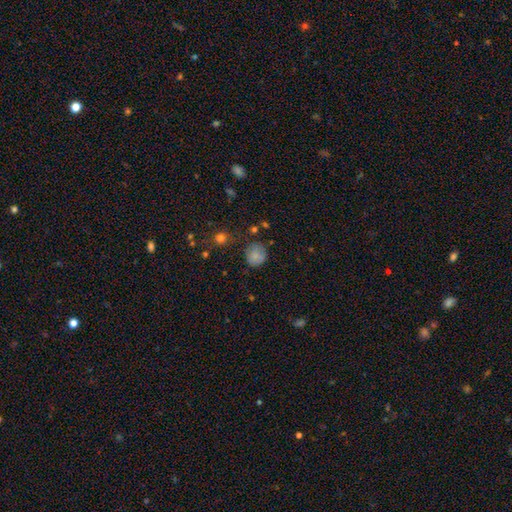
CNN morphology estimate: This appears to be a smooth galaxy with no disk features (80%) that is round (78%). Merging: none (67%).